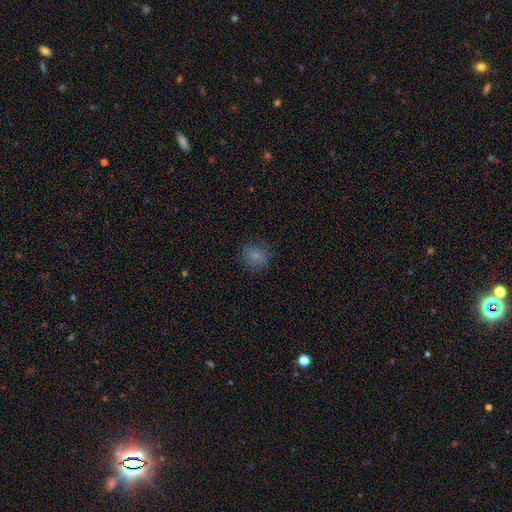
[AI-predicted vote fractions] smooth_or_featured: smooth (p=0.80) [alt: star or artifact p=0.12]
how_rounded: round (p=0.81) [alt: in between p=0.18]
merging: none (p=0.81) [alt: minor disturbance p=0.14]